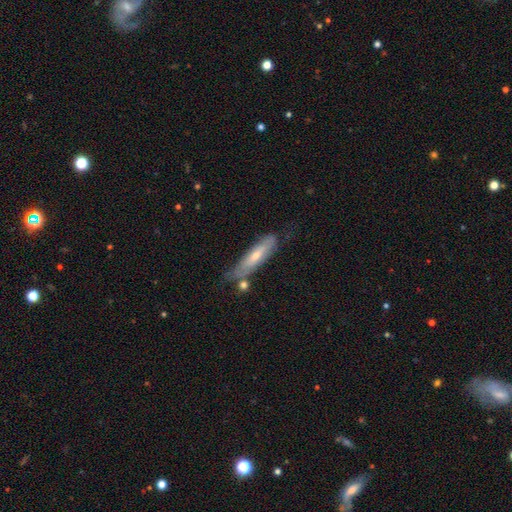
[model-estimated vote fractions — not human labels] smooth-or-featured: featured or disk: 50% | smooth: 44% | star or artifact: 6%
  merging: none: 60% | minor disturbance: 25% | merger: 8% | major disturbance: 7%